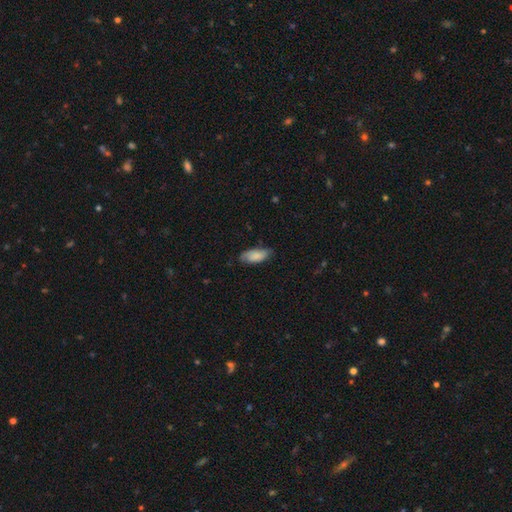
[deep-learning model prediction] A smooth galaxy with no disk features (82%) that is in between round and cigar-shaped (85%). Merging: none (70%).